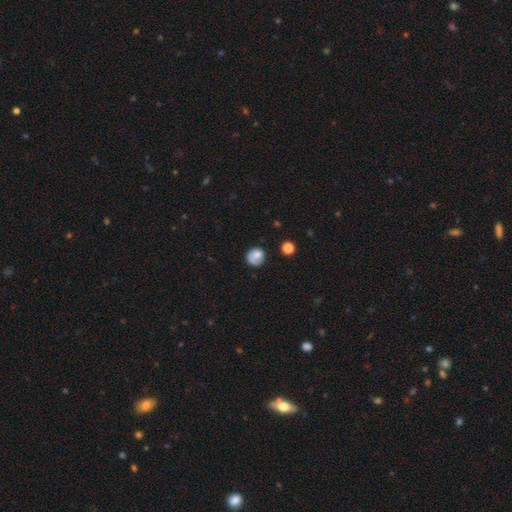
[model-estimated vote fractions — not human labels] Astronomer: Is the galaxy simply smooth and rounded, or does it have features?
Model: smooth — 76%.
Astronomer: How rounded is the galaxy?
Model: round — 84%.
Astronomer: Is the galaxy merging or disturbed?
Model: none — 67%.